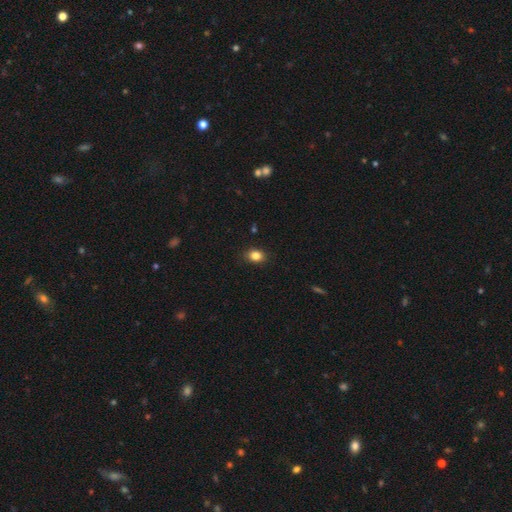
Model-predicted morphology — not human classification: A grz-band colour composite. It shows a smooth galaxy with no disk features (84%) that is in between round and cigar-shaped (59%). Merging: none (87%).